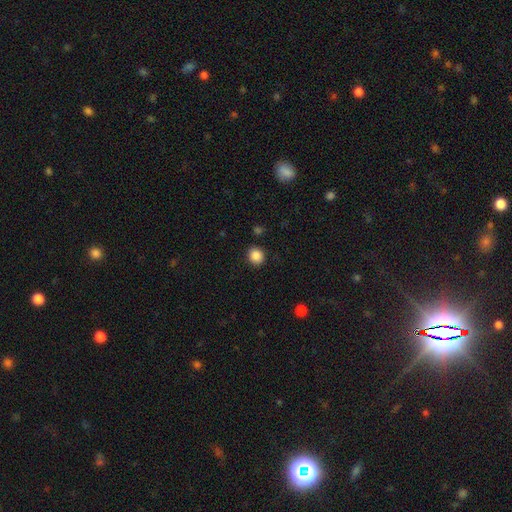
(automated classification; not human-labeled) Overall: smooth (87%). How rounded: round (78%). Merging: none (89%).